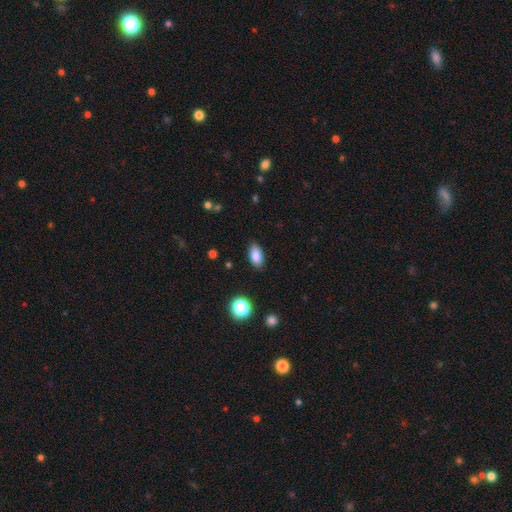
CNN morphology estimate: Smooth or featured?
  - smooth: 85% *
  - star or artifact: 9%
  - featured or disk: 7%
How rounded?
  - in between: 90% *
  - round: 5%
  - cigar-shaped: 4%
Merging?
  - none: 87% *
  - minor disturbance: 9%
  - major disturbance: 2%
  - merger: 1%